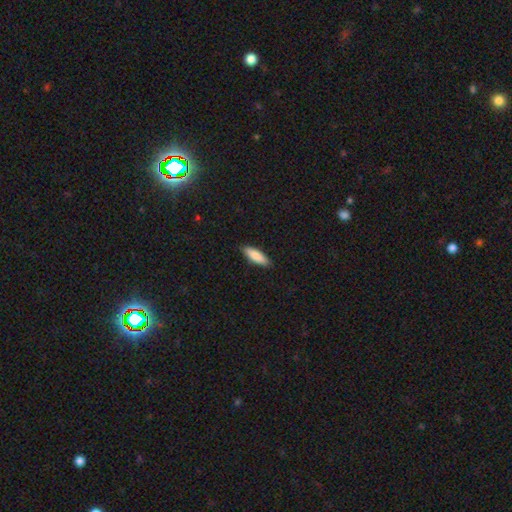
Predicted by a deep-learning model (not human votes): A smooth galaxy with no disk features (85%) that is in between round and cigar-shaped (50%). Merging: none (89%).